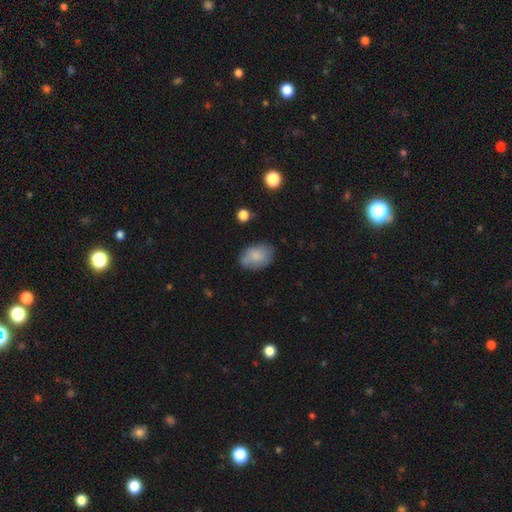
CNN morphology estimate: The model was most divided on "merging": none: 70%, minor disturbance: 22%, major disturbance: 5%, merger: 3%. More confident: how rounded — in between (85%); smooth or featured — smooth (77%).